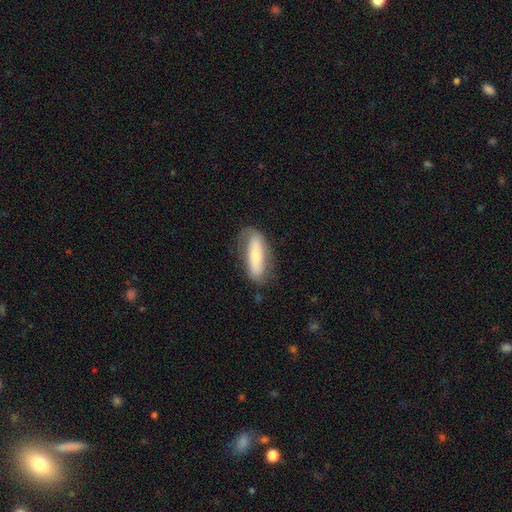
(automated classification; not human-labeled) Overall: smooth (51%; featured or disk 43%). How rounded: in between (57%; cigar-shaped 40%). Merging: none (69%).